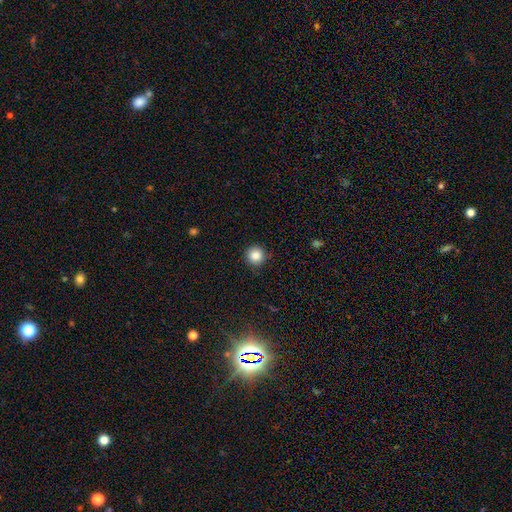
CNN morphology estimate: Smooth or featured?
  - smooth: 85% *
  - star or artifact: 11%
  - featured or disk: 4%
How rounded?
  - round: 95% *
  - in between: 4%
  - cigar-shaped: 1%
Merging?
  - none: 90% *
  - minor disturbance: 7%
  - major disturbance: 2%
  - merger: 1%